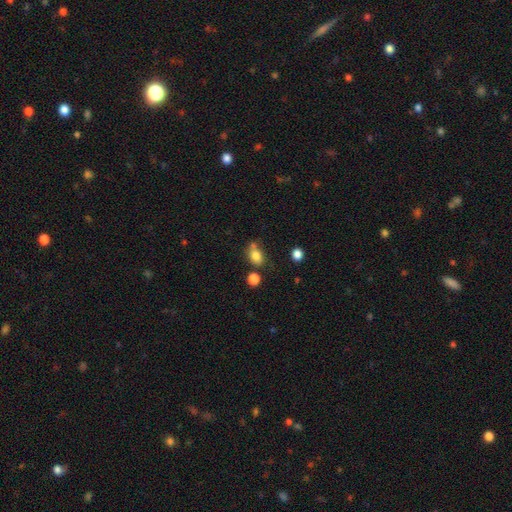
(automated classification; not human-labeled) Smooth or featured? smooth (80%)
How rounded? in between (57%)
Merging? none (58%)